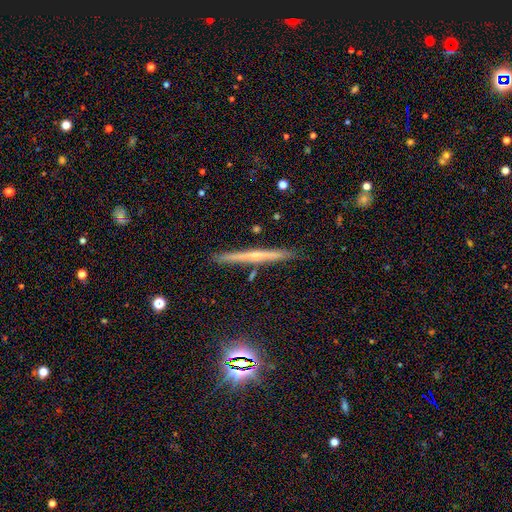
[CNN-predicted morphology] This appears to be a featured or disk galaxy (61%) viewed edge-on (97%) with no central bulge (51%). Merging: none (90%).